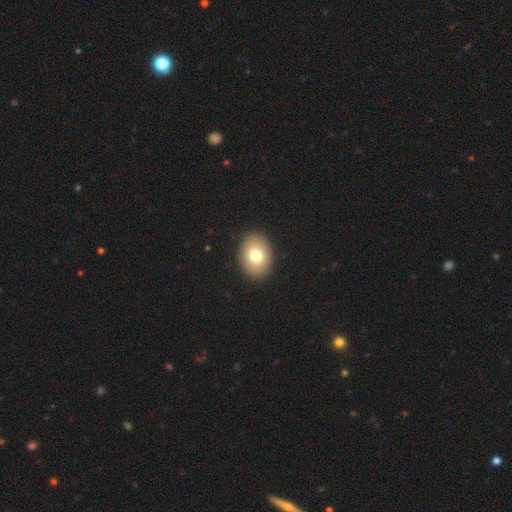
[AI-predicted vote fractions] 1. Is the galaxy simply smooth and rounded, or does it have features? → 76% smooth, 15% featured or disk, 9% star or artifact.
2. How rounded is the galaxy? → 69% in between, 30% round, 1% cigar-shaped.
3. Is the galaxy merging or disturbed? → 91% none, 6% minor disturbance, 2% major disturbance, 1% merger.